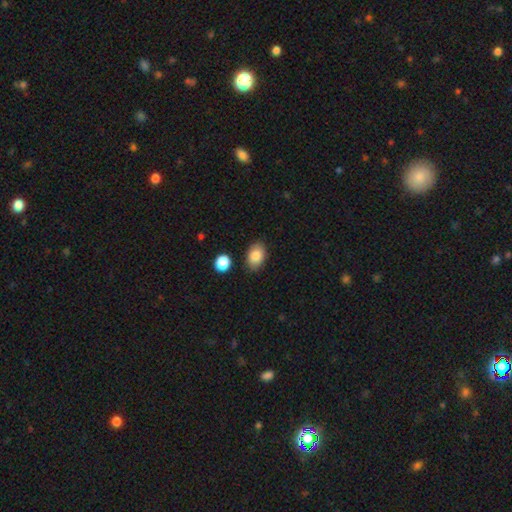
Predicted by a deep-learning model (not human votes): Smooth or featured? smooth (86%)
How rounded? in between (83%)
Merging? none (83%)